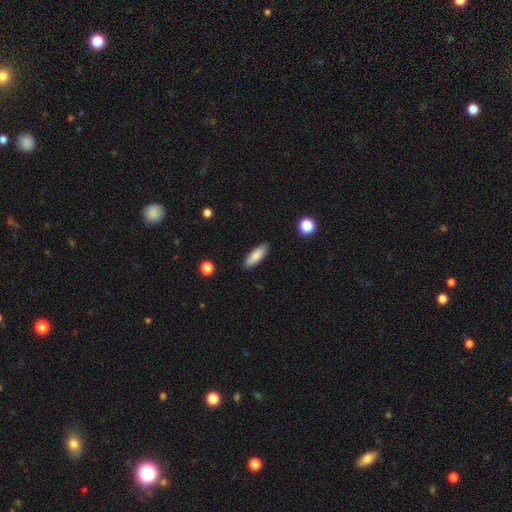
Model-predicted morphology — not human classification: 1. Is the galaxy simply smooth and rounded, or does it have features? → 83% smooth, 11% featured or disk, 6% star or artifact.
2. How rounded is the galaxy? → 60% in between, 38% cigar-shaped, 2% round.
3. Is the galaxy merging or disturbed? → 88% none, 9% minor disturbance, 2% major disturbance, 1% merger.